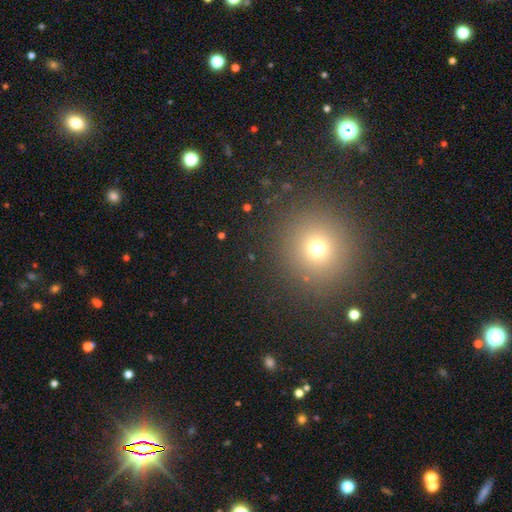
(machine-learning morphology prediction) Q: Smooth or featured?
A: smooth (53%); runner-up: star or artifact (39%)
Q: How rounded?
A: round (92%); runner-up: in between (7%)
Q: Merging?
A: none (91%); runner-up: minor disturbance (5%)